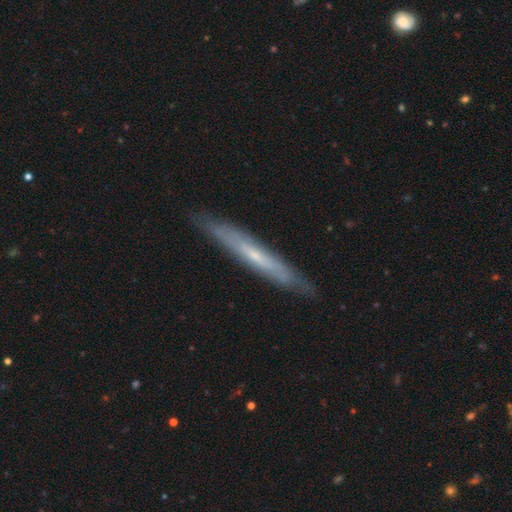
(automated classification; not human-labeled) The model was most divided on "edge-on bulge": none: 60%, rounded: 35%, boxy: 5%. More confident: merging — none (86%); edge-on disk — yes (82%); smooth or featured — featured or disk (62%).